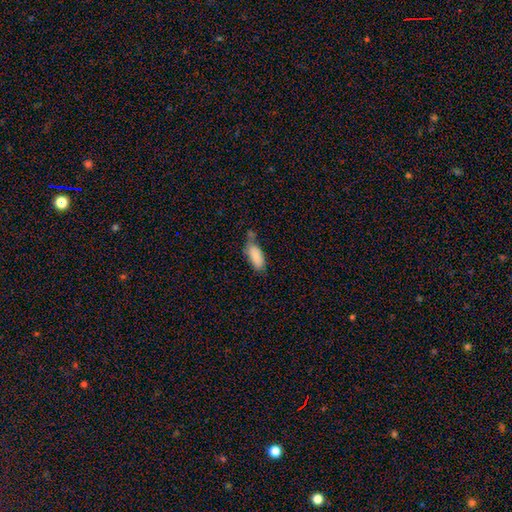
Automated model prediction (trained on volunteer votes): This appears to be a smooth galaxy with no disk features (85%) that is in between round and cigar-shaped (84%). Merging: none (40%).